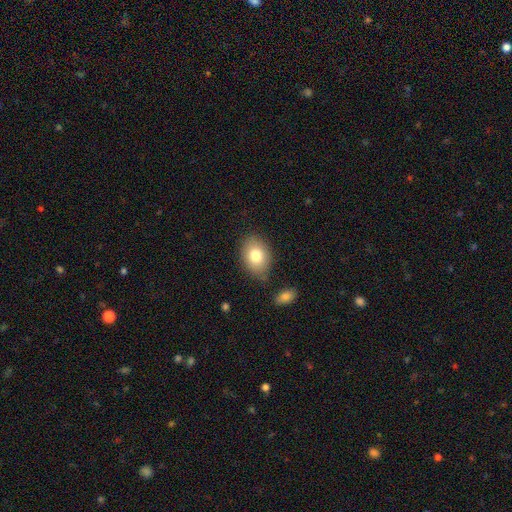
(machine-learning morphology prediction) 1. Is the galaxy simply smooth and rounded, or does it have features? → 80% smooth, 12% featured or disk, 8% star or artifact.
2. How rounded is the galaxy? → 77% in between, 22% round, 1% cigar-shaped.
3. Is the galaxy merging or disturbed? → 79% none, 14% minor disturbance, 4% merger, 3% major disturbance.